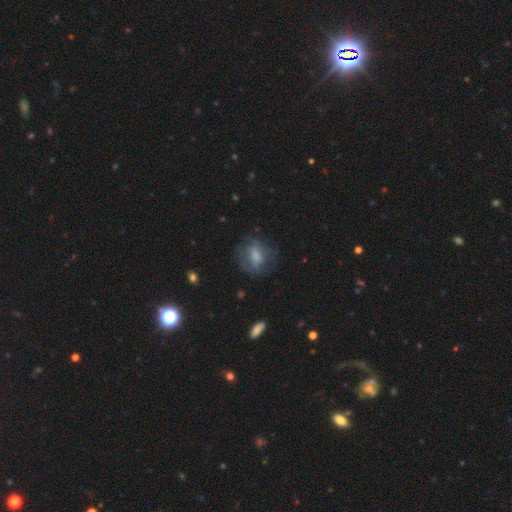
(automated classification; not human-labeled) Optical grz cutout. It shows a smooth galaxy with no disk features (58%) that is in between round and cigar-shaped (51%). Merging: none (64%).